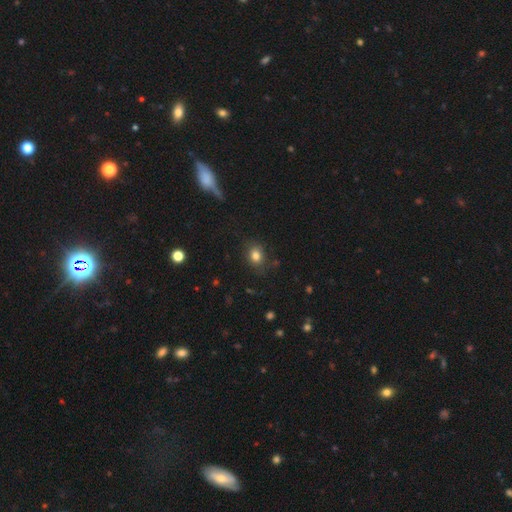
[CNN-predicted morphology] This appears to be a smooth galaxy with no disk features (81%) that is round (51%). Merging: none (80%).